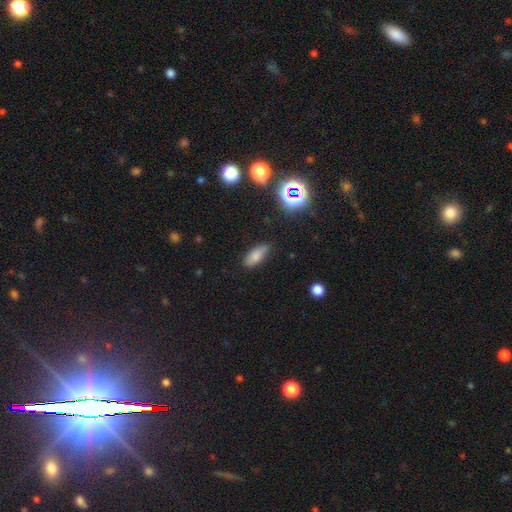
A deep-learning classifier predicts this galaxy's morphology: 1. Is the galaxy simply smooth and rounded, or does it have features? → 76% smooth, 12% star or artifact, 12% featured or disk.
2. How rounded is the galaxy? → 78% in between, 18% cigar-shaped, 3% round.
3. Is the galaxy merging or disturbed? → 76% none, 18% minor disturbance, 4% major disturbance, 2% merger.